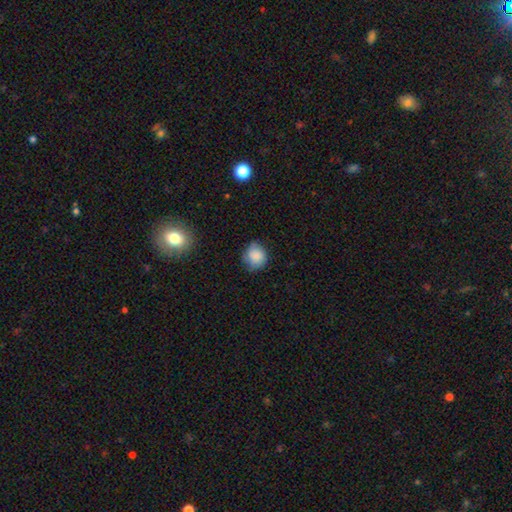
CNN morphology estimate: Q: Smooth or featured?
A: smooth (83%); runner-up: featured or disk (9%)
Q: How rounded?
A: round (79%); runner-up: in between (20%)
Q: Merging?
A: none (66%); runner-up: minor disturbance (26%)